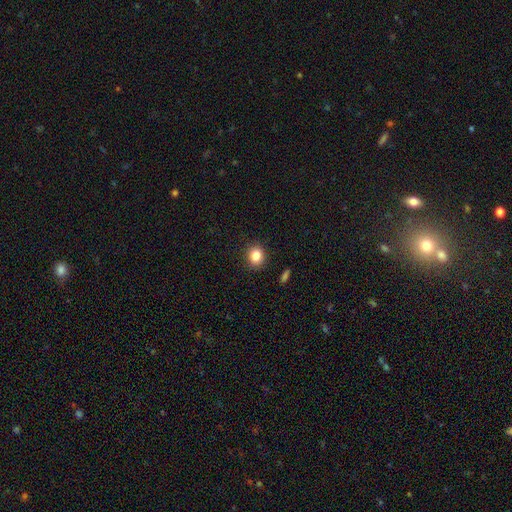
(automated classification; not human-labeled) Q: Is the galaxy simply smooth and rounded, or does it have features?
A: smooth — 84%.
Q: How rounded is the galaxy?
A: round — 64%.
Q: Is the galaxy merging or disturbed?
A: none — 90%.